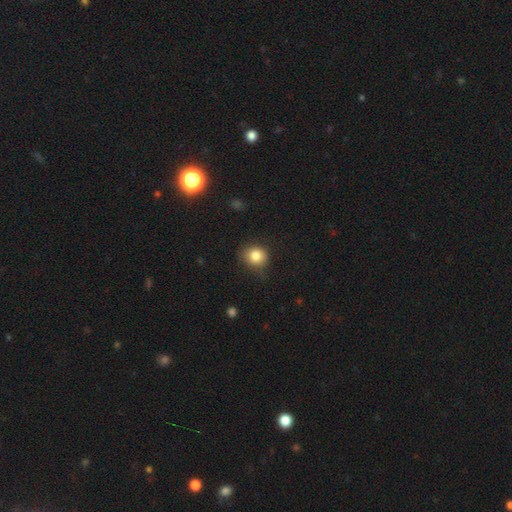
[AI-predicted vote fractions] A smooth galaxy with no disk features (83%) that is round (81%).

Vote fractions:
- Smooth or featured? smooth: 83% / star or artifact: 10% / featured or disk: 6%
- How rounded? round: 81% / in between: 18% / cigar-shaped: 1%
- Merging? none: 74% / minor disturbance: 20% / major disturbance: 5% / merger: 1%